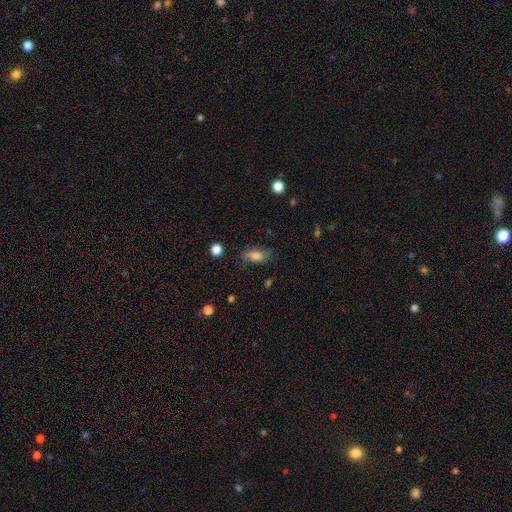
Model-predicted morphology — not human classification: Overall: smooth (59%; featured or disk 27%). How rounded: in between (78%). Merging: none (71%).